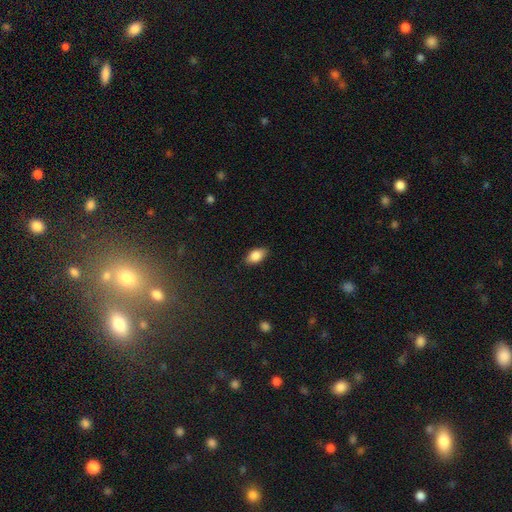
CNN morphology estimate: A smooth galaxy with no disk features (84%) that is in between round and cigar-shaped (91%). Merging: none (85%).